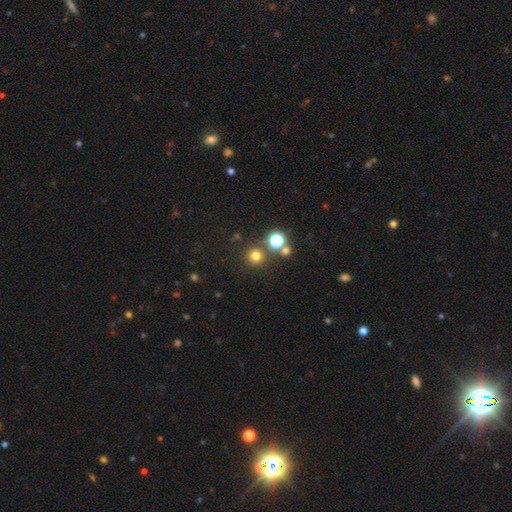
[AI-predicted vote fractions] This appears to be a smooth galaxy with no disk features (73%) that is round (95%). Merging: none (82%).